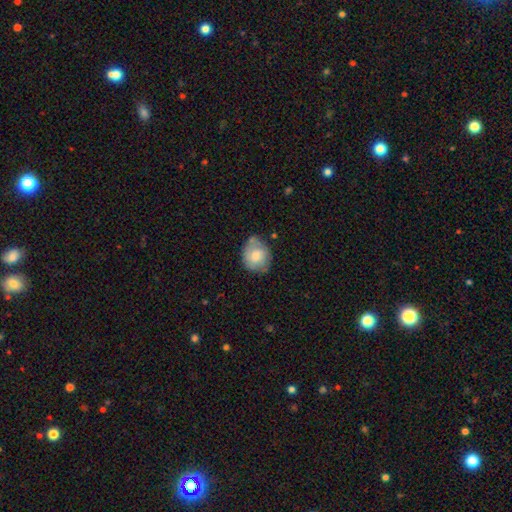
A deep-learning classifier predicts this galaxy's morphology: This appears to be a smooth galaxy with no disk features (70%) that is round (58%). Merging: none (60%).